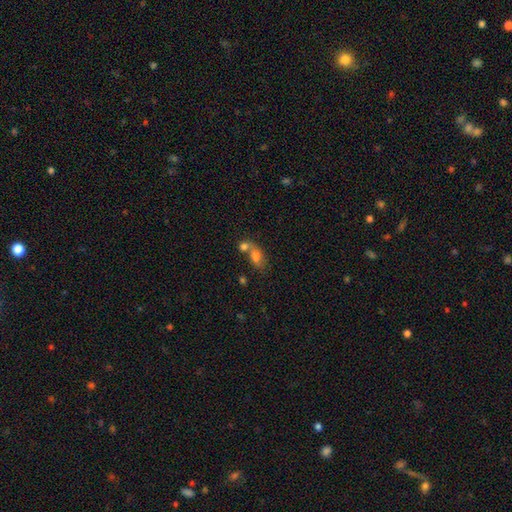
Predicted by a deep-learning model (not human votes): Smooth or featured? Predicted: smooth (p=0.68). How rounded? Predicted: in between (p=0.73). Merging? Predicted: merger (p=0.56).